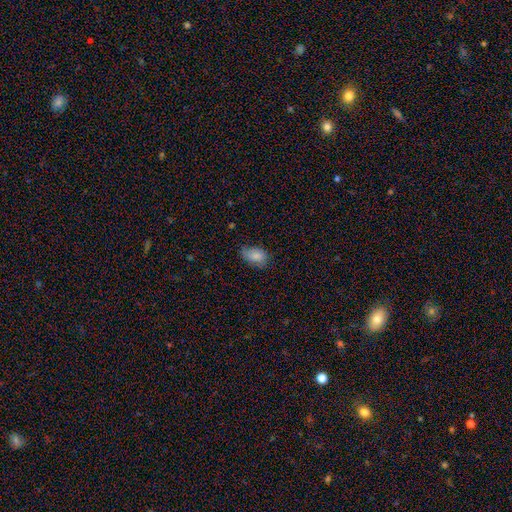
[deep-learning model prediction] This is clearly a smooth galaxy (82%). How rounded: clearly in between (88%). Merging: likely none (61%).